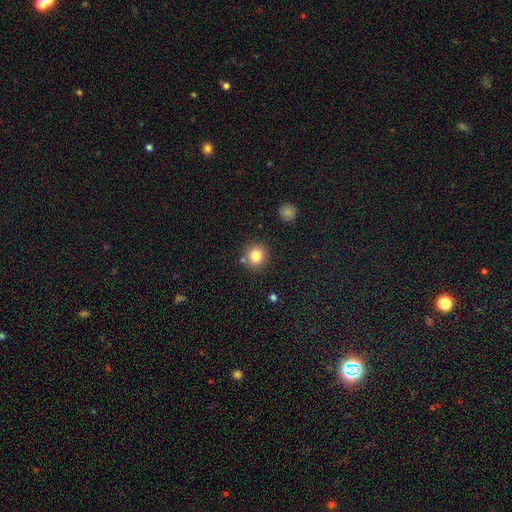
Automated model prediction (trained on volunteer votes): The model was most divided on "merging": none: 80%, minor disturbance: 9%, merger: 8%, major disturbance: 3%. More confident: how rounded — round (91%); smooth or featured — smooth (83%).